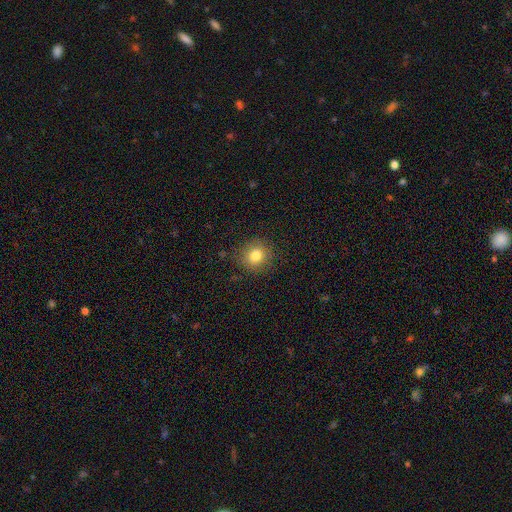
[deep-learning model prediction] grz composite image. It shows a smooth galaxy with no disk features (81%) that is round (87%). Merging: none (88%).